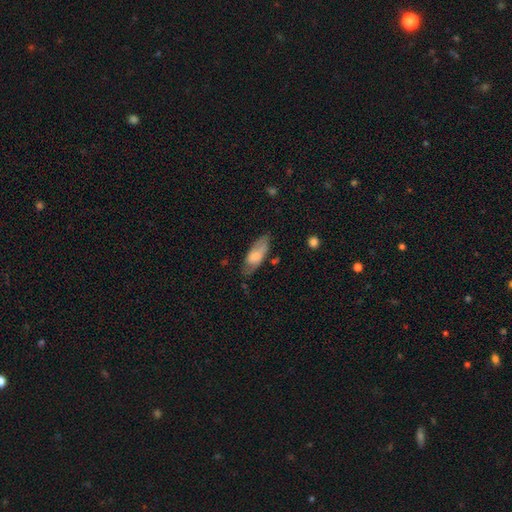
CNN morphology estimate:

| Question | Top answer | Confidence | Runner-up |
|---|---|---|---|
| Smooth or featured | smooth | 59% | featured or disk (35%) |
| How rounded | in between | 79% | cigar-shaped (19%) |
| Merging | none | 64% | minor disturbance (26%) |